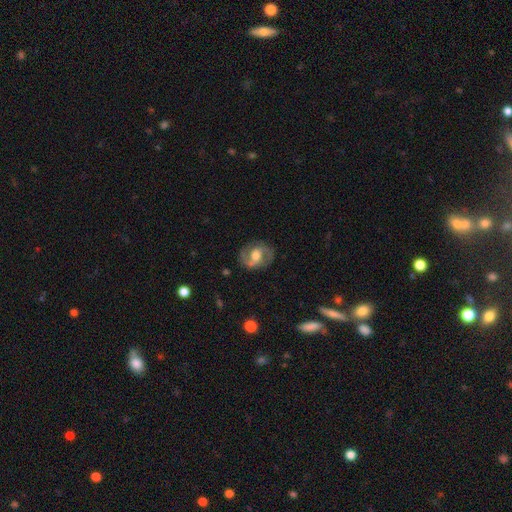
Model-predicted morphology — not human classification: smooth_or_featured: featured or disk (p=0.76) [alt: smooth p=0.18]
disk_edge_on: no (p=0.97) [alt: yes p=0.03]
bar: weak (p=0.44) [alt: no p=0.39]
has_spiral_arms: yes (p=0.87) [alt: no p=0.13]
spiral_winding: medium (p=0.53) [alt: loose p=0.24]
spiral_arm_count: 2 (p=0.89) [alt: can't tell p=0.06]
bulge_size: moderate (p=0.67) [alt: large p=0.17]
merging: none (p=0.79) [alt: minor disturbance p=0.14]